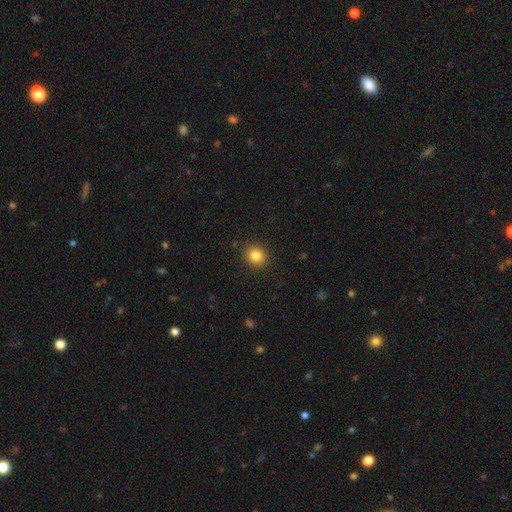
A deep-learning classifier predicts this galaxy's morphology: smooth 84%, star or artifact 11%, featured or disk 6%. Down the decision tree: how rounded — round (78%); merging — none (90%).